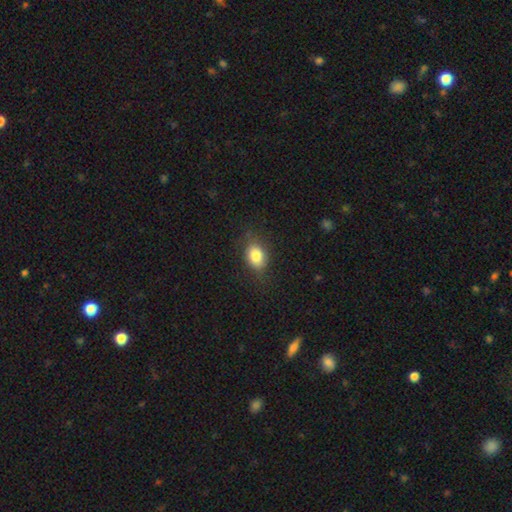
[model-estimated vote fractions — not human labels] Overall: smooth (83%). How rounded: in between (75%). Merging: none (74%).